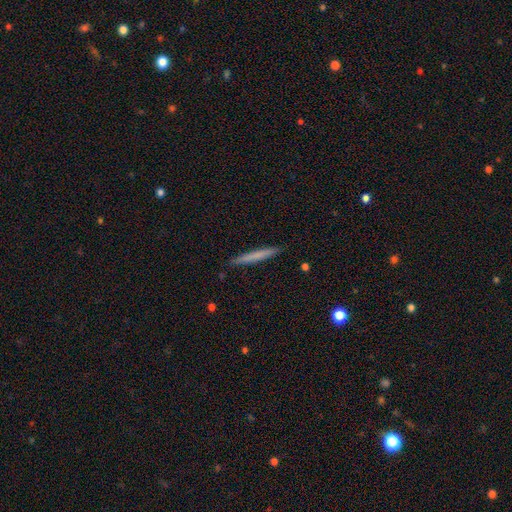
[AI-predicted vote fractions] Q: Smooth or featured?
A: smooth (65%); runner-up: featured or disk (30%)
Q: How rounded?
A: cigar-shaped (97%); runner-up: in between (2%)
Q: Merging?
A: none (91%); runner-up: minor disturbance (7%)